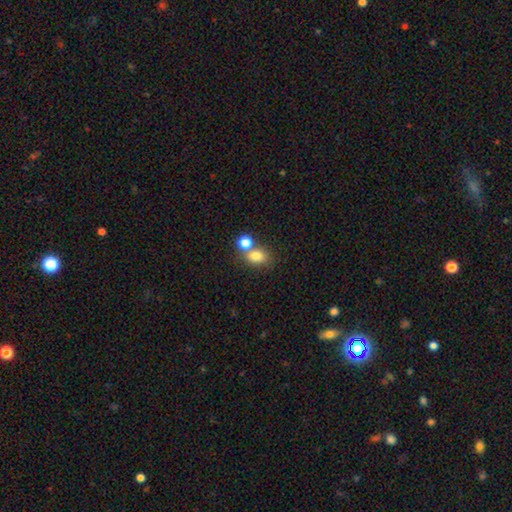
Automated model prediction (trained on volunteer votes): Smooth or featured? smooth (78%)
How rounded? in between (55%)
Merging? none (50%)